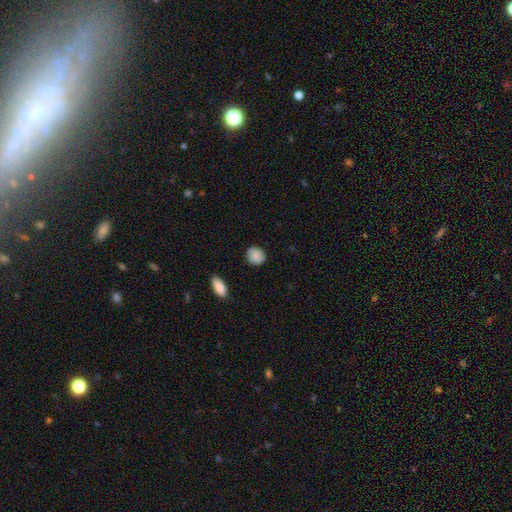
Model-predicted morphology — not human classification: smooth 78%, featured or disk 14%, star or artifact 8%. Down the decision tree: how rounded — round (73%); merging — none (79%).